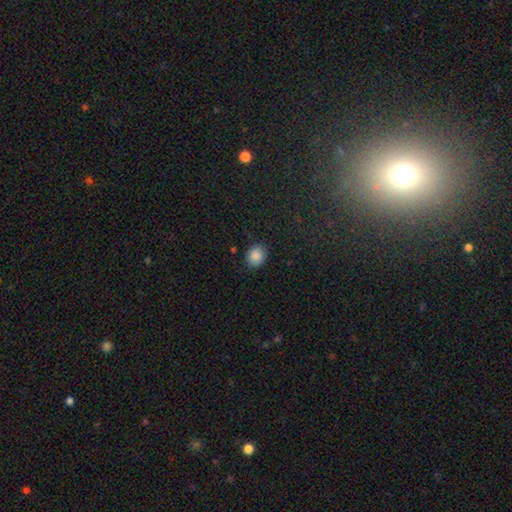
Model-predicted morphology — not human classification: This is clearly a smooth galaxy (87%). How rounded: possibly round (58%). Merging: clearly none (86%).